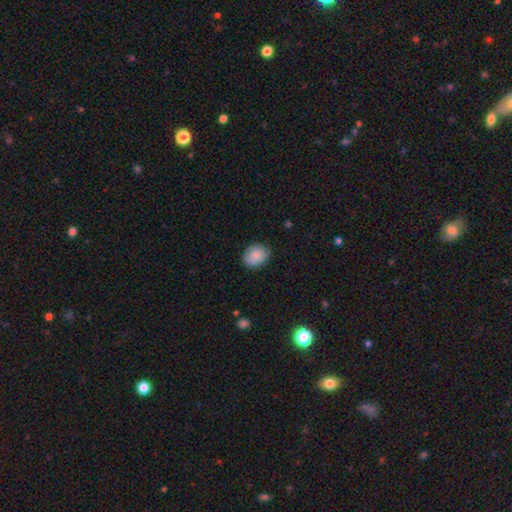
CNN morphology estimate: Smooth or featured? smooth (83%)
How rounded? in between (51%)
Merging? none (81%)